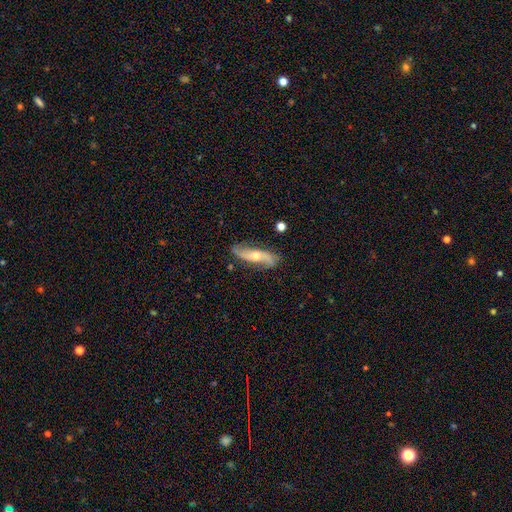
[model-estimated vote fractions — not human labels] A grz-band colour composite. It shows a featured or disk galaxy (76%) with no bar (58%), 2 (89%) loose (55%) spiral arms (94%) and a moderate central bulge (60%). Merging: none (79%).